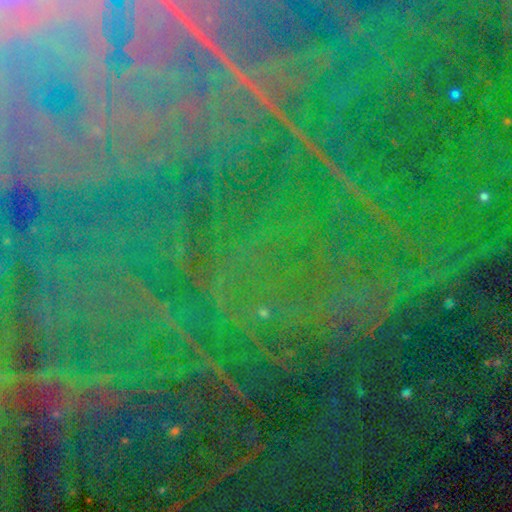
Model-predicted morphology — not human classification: smooth_or_featured: star or artifact (p=0.86) [alt: featured or disk p=0.08]